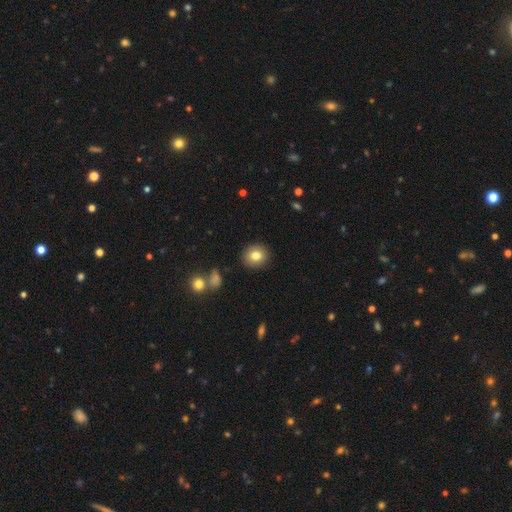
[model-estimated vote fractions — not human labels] Smooth or featured? smooth (81%)
How rounded? round (83%)
Merging? none (90%)